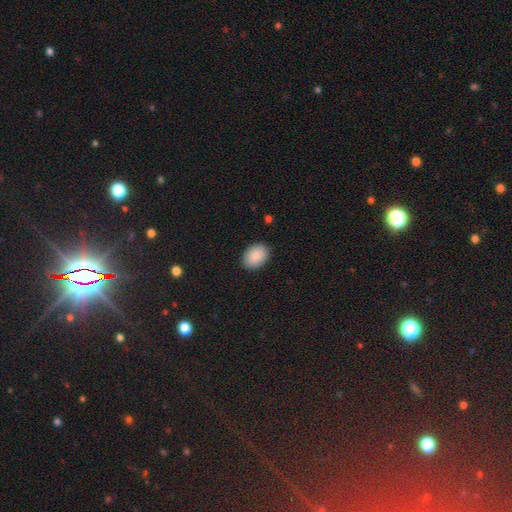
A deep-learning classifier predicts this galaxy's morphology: Smooth or featured: smooth — 89% (star or artifact — 7%)
How rounded: in between — 78% (round — 21%)
Merging: none — 89% (minor disturbance — 8%)